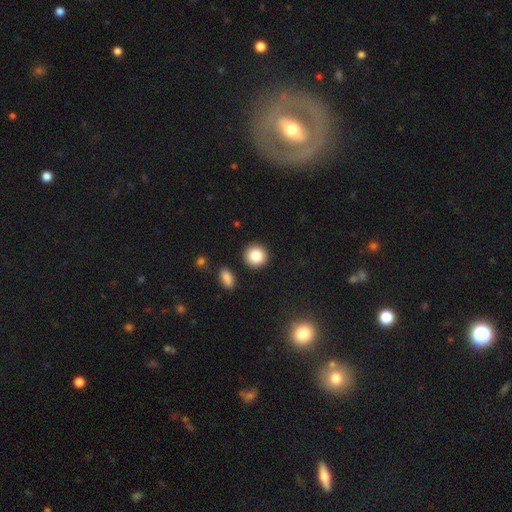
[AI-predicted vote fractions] Smooth or featured?
  - smooth: 86% *
  - star or artifact: 9%
  - featured or disk: 6%
How rounded?
  - round: 92% *
  - in between: 7%
  - cigar-shaped: 1%
Merging?
  - none: 89% *
  - minor disturbance: 6%
  - merger: 3%
  - major disturbance: 2%